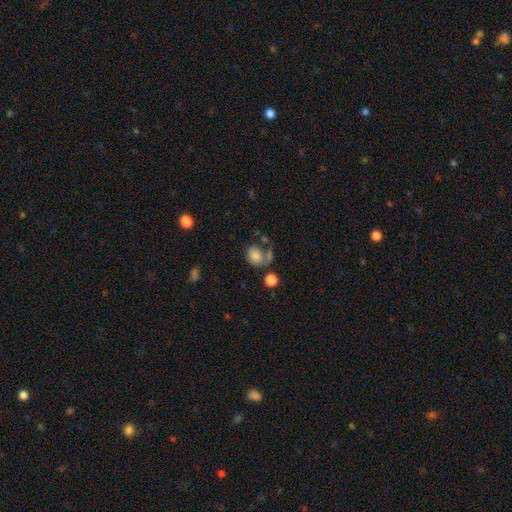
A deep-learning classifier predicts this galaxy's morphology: Smooth or featured? smooth (76%)
How rounded? round (52%)
Merging? none (39%)